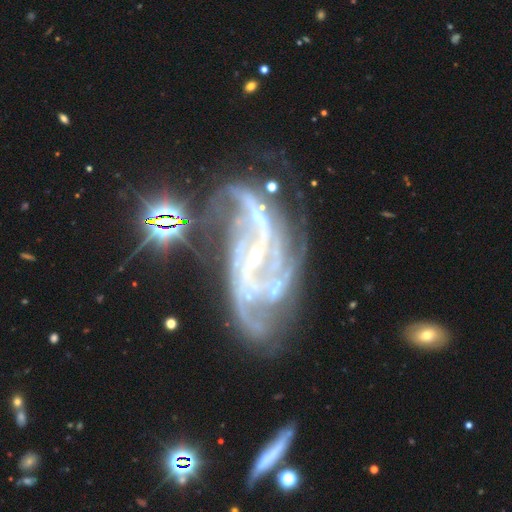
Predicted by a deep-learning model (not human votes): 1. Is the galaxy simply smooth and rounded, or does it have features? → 88% featured or disk, 8% star or artifact, 4% smooth.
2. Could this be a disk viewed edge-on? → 96% no, 4% yes.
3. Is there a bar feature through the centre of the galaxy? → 37% no, 35% weak, 28% strong.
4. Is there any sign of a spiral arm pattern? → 96% yes, 4% no.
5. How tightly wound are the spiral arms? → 45% medium, 28% tight, 27% loose.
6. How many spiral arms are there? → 27% 2, 23% 3, 19% can't tell, 14% 4, 8% more than 4, 8% 1.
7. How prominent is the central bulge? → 79% small, 12% moderate, 7% none, 1% large, 1% dominant.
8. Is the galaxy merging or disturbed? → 40% none, 29% major disturbance, 21% minor disturbance, 10% merger.